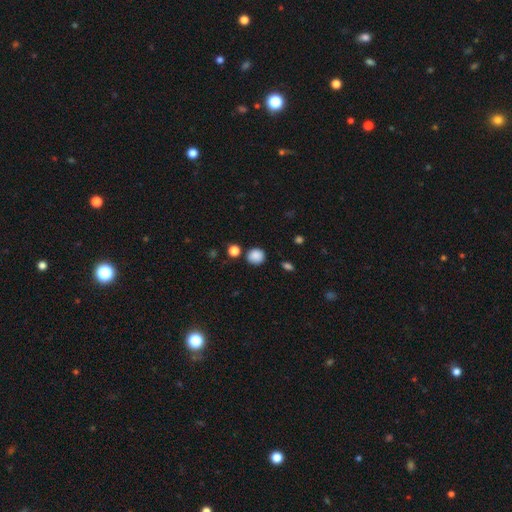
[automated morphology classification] smooth-or-featured: smooth: 87% | star or artifact: 10% | featured or disk: 4%
  how-rounded: round: 84% | in between: 15% | cigar-shaped: 1%
  merging: none: 81% | minor disturbance: 11% | merger: 5% | major disturbance: 3%